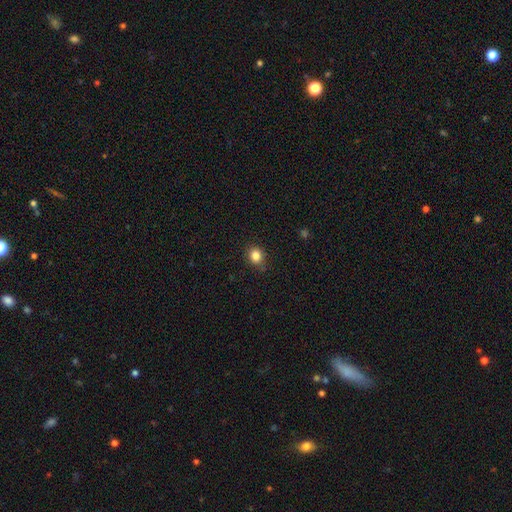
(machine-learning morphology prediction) Q: Smooth or featured?
A: smooth (83%); runner-up: star or artifact (12%)
Q: How rounded?
A: round (76%); runner-up: in between (24%)
Q: Merging?
A: none (86%); runner-up: minor disturbance (10%)